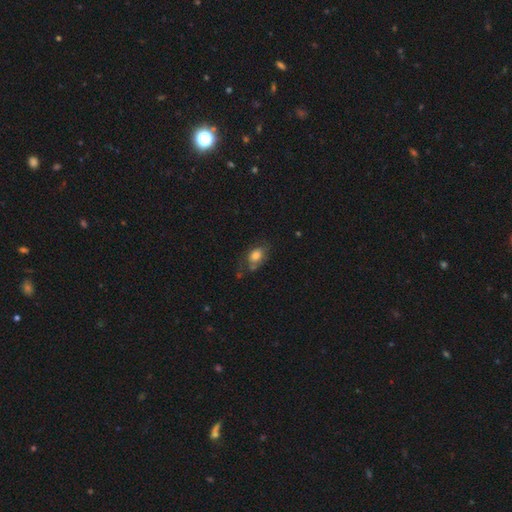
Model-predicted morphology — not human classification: Smooth or featured?
  - smooth: 70% *
  - featured or disk: 21%
  - star or artifact: 9%
How rounded?
  - in between: 79% *
  - round: 19%
  - cigar-shaped: 2%
Merging?
  - none: 47% *
  - minor disturbance: 29%
  - major disturbance: 17%
  - merger: 7%